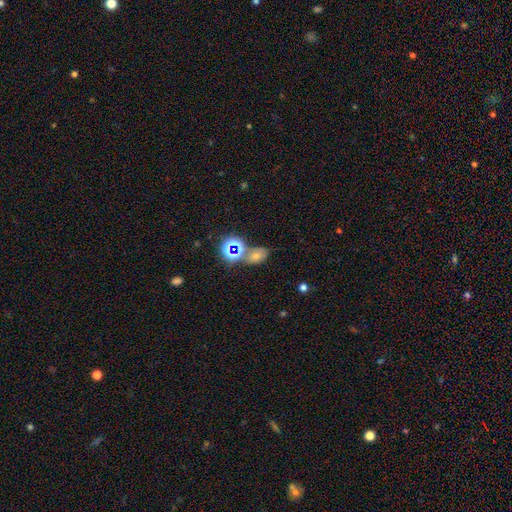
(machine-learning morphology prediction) smooth 53%, star or artifact 30%, featured or disk 16%. Down the decision tree: how rounded — in between (78%); merging — none (52%).